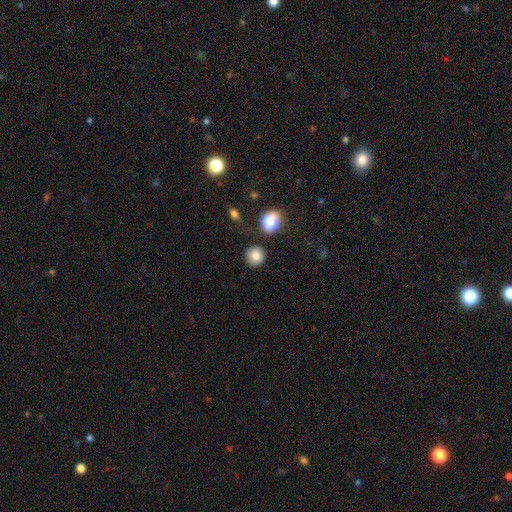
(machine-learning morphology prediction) Smooth or featured?
  - smooth: 81% *
  - star or artifact: 12%
  - featured or disk: 7%
How rounded?
  - round: 89% *
  - in between: 10%
  - cigar-shaped: 1%
Merging?
  - none: 82% *
  - minor disturbance: 10%
  - merger: 5%
  - major disturbance: 3%